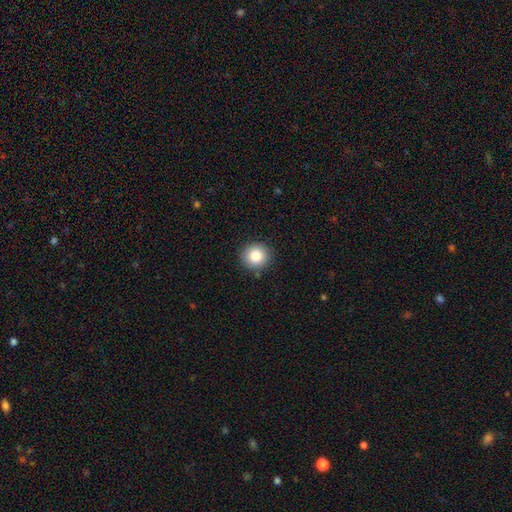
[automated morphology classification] smooth_or_featured: smooth (p=0.83) [alt: star or artifact p=0.10]
how_rounded: round (p=0.92) [alt: in between p=0.07]
merging: none (p=0.90) [alt: minor disturbance p=0.07]